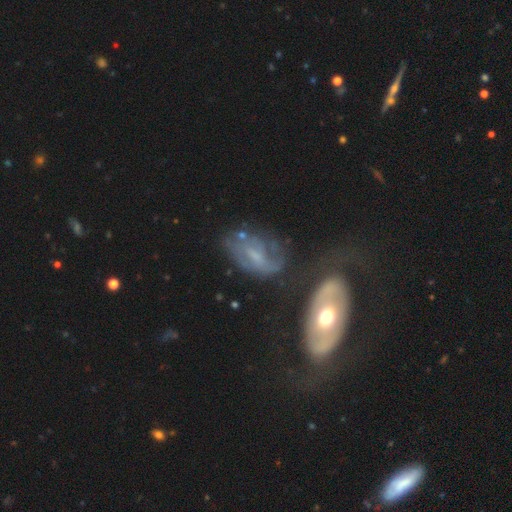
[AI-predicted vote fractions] Overall: featured or disk (67%). Edge-on disk: no (94%). Bar: no (46%; weak 41%). Spiral arms: yes (69%; no 31%). Bulge size: small (45%; moderate 25%). Merging: none (44%; minor disturbance 24%).